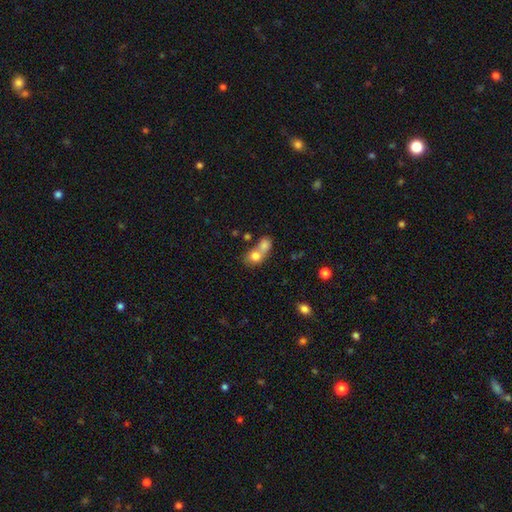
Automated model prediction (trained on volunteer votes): Morphology: type=smooth (76%); roundness=round (61%); merging=merger (68%).